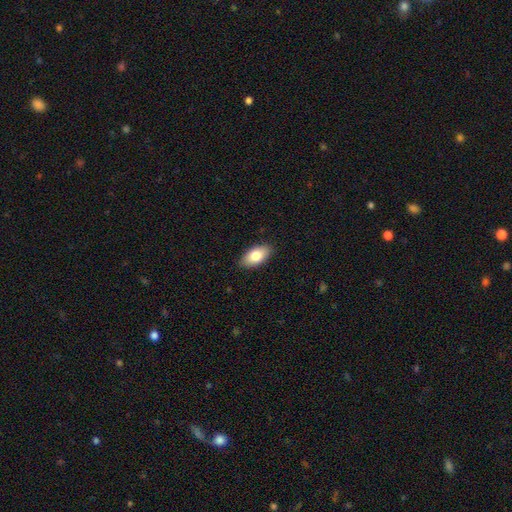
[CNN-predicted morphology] smooth-or-featured: smooth: 81% | featured or disk: 12% | star or artifact: 7%
  how-rounded: in between: 93% | cigar-shaped: 4% | round: 3%
  merging: none: 89% | minor disturbance: 9% | major disturbance: 2% | merger: 1%